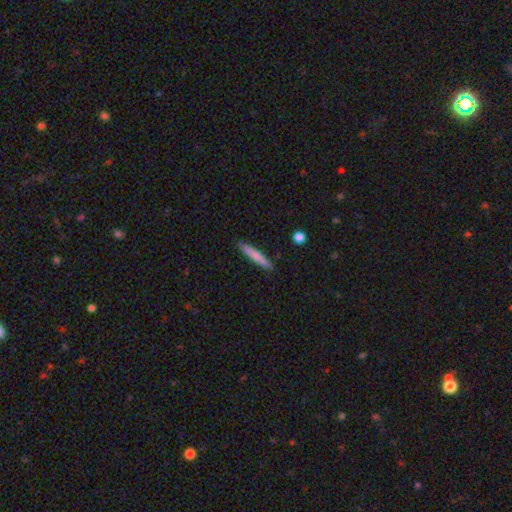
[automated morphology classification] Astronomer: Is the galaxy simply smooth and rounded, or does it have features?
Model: smooth — 72%.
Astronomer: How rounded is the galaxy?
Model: cigar-shaped — 94%.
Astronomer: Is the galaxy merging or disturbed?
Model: none — 87%.